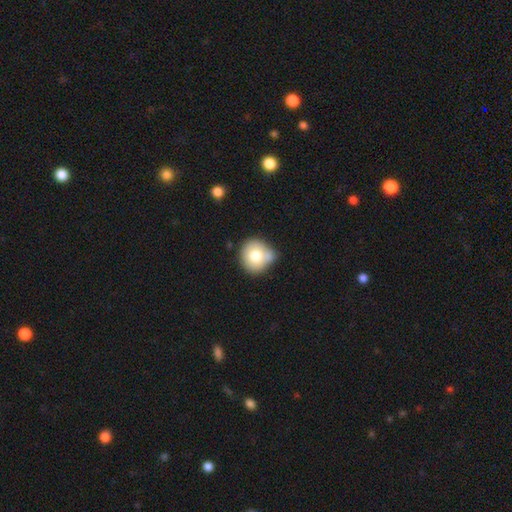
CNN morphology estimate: A smooth galaxy with no disk features (76%) that is round (85%). Merging: none (51%).